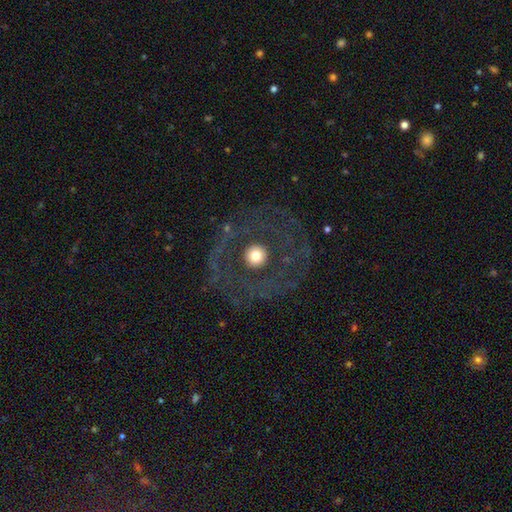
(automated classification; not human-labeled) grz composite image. It shows a featured or disk galaxy (48%). Merging: none (72%).